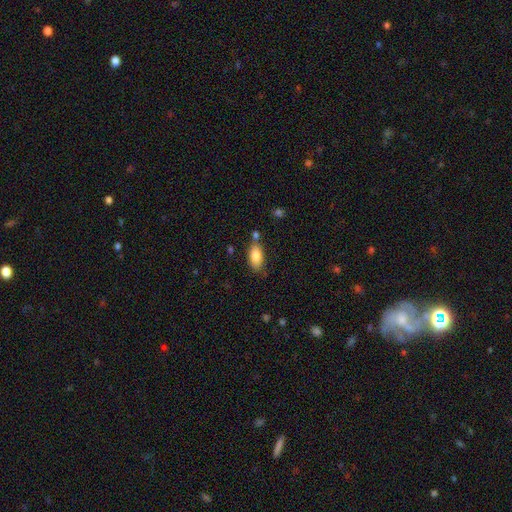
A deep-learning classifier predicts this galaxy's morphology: A smooth galaxy with no disk features (83%) that is in between round and cigar-shaped (90%). Merging: none (71%).